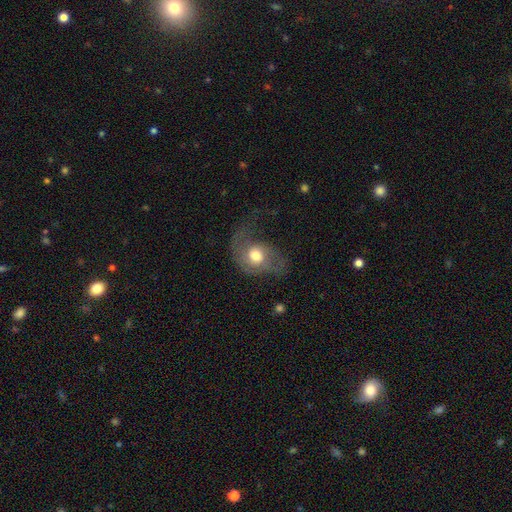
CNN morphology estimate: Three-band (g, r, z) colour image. It shows a featured or disk galaxy (53%) with no bar (75%), spiral arms (76%) and a moderate central bulge (63%). Merging: major disturbance (44%).